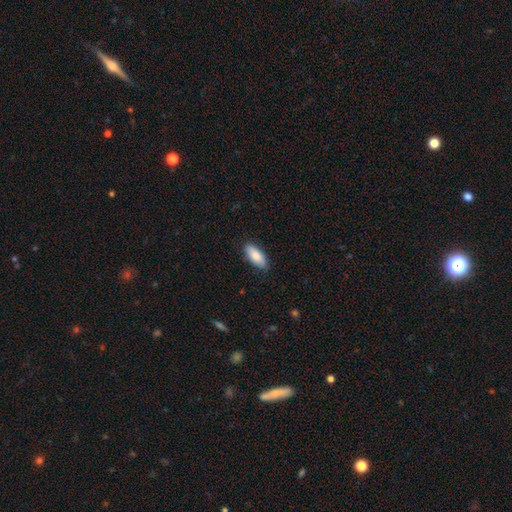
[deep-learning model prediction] smooth_or_featured: smooth (p=0.84) [alt: featured or disk p=0.10]
how_rounded: in between (p=0.84) [alt: cigar-shaped p=0.14]
merging: none (p=0.87) [alt: minor disturbance p=0.10]